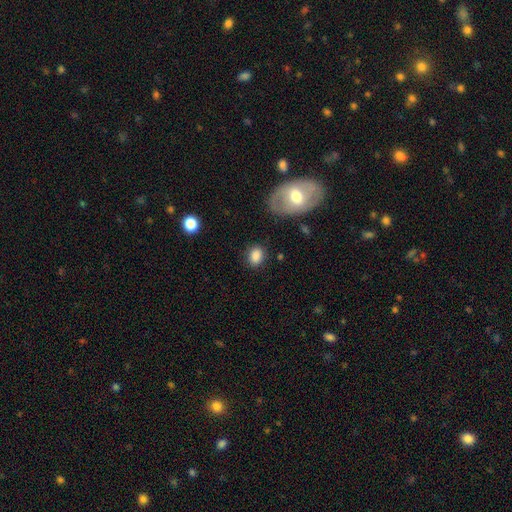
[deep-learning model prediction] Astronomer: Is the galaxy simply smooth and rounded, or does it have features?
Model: smooth — 85%.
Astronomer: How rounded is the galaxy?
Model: in between — 55% (runner-up: round, 43%).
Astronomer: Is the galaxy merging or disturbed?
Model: none — 81%.